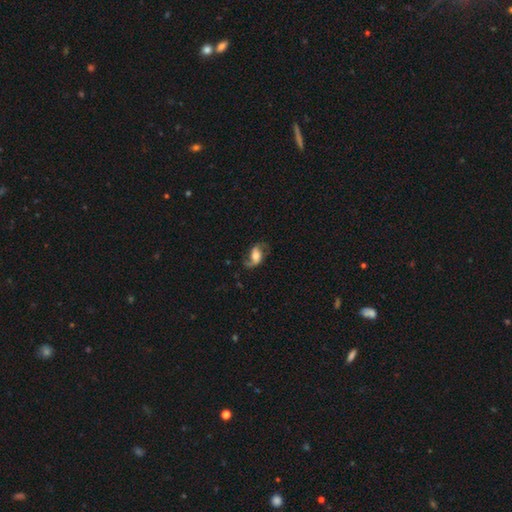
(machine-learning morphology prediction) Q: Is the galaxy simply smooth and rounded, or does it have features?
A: featured or disk — 71%.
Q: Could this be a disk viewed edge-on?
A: no — 95%.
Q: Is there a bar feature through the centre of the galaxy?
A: no — 40%.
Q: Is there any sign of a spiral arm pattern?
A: yes — 91%.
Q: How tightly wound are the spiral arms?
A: loose — 61%.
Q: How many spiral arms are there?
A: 2 — 89%.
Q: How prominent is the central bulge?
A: moderate — 43%.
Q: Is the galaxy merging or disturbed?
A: none — 67%.